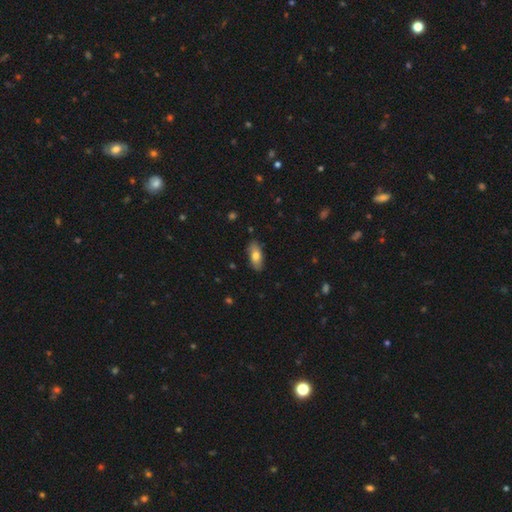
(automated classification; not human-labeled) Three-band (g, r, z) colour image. It shows a smooth galaxy with no disk features (73%) that is in between round and cigar-shaped (85%). Merging: none (85%).